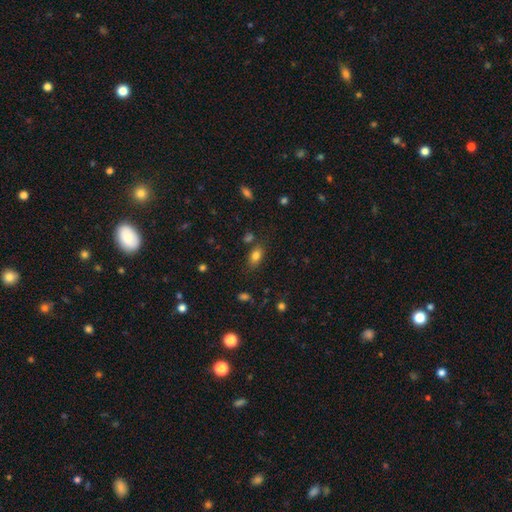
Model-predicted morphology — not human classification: Smooth or featured? smooth (79%)
How rounded? in between (86%)
Merging? none (75%)